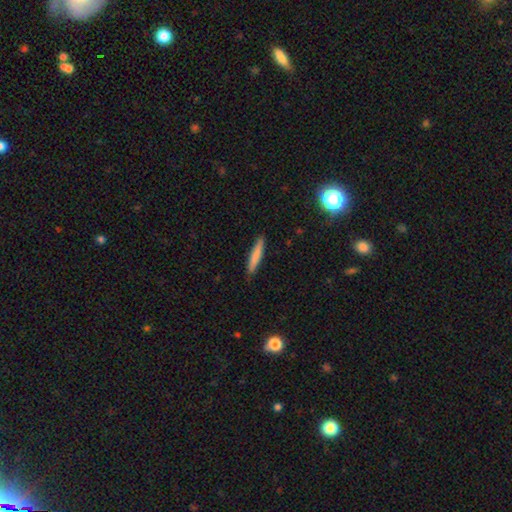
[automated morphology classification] This is likely a smooth galaxy (77%). How rounded: clearly cigar-shaped (93%). Merging: clearly none (88%).